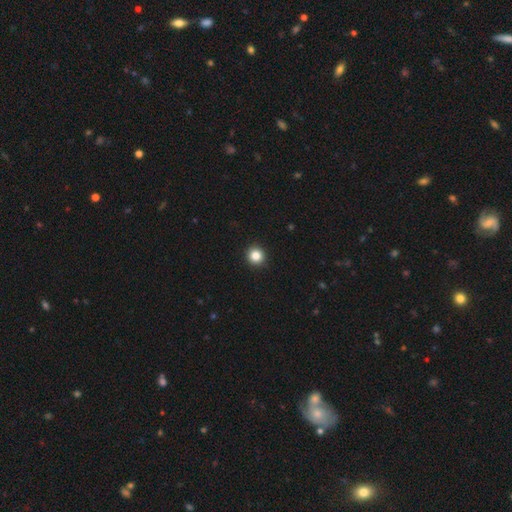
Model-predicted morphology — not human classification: Overall: smooth (84%). How rounded: round (95%). Merging: none (94%).